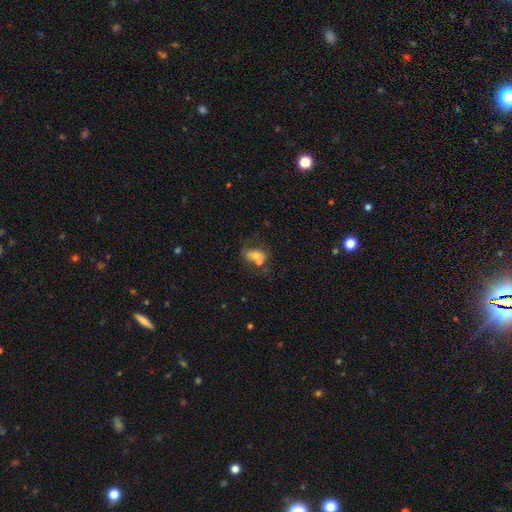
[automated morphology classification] Smooth or featured? Predicted: smooth (p=0.59). How rounded? Predicted: in between (p=0.79). Merging? Predicted: none (p=0.38).